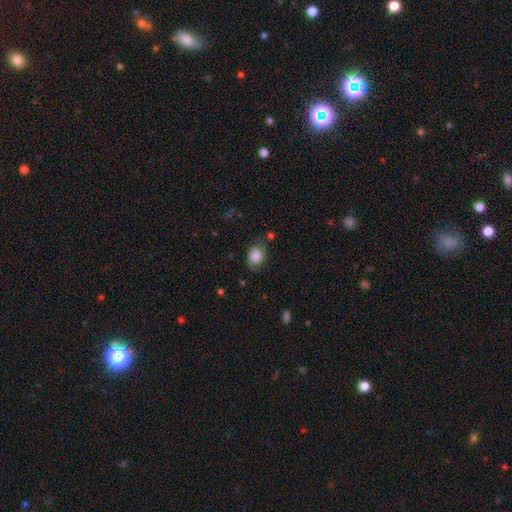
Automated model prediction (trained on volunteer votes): Smooth or featured? smooth (82%)
How rounded? in between (60%)
Merging? none (66%)